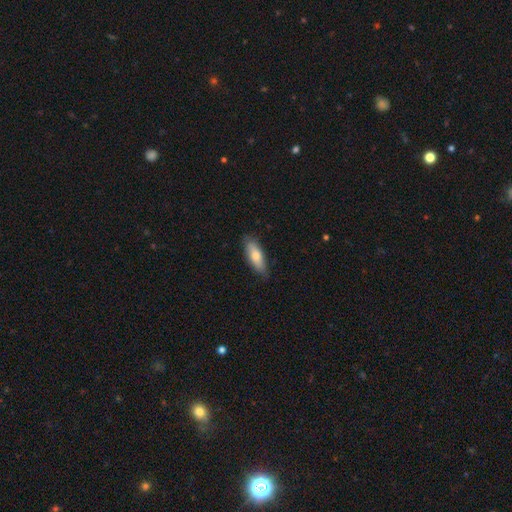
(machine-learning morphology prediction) Overall: smooth (72%). How rounded: in between (66%; cigar-shaped 31%). Merging: none (80%).